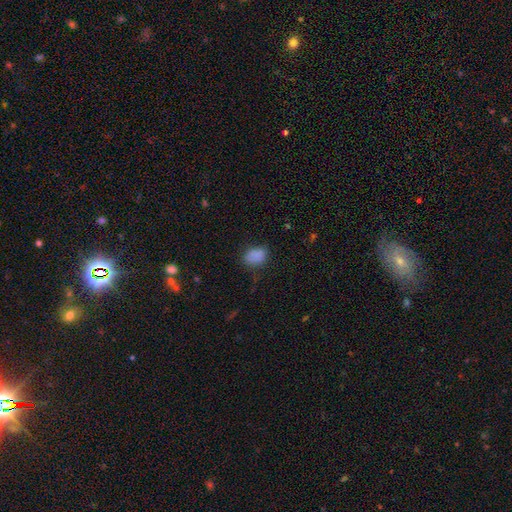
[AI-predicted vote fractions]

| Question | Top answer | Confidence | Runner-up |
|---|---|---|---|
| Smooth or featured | smooth | 85% | star or artifact (10%) |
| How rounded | in between | 75% | round (24%) |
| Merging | none | 70% | minor disturbance (22%) |